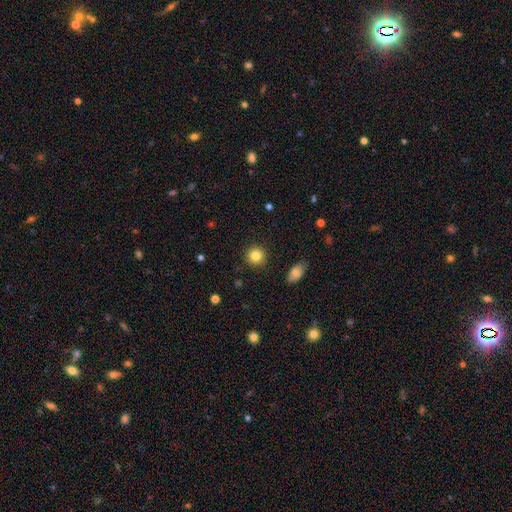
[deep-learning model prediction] The model was most divided on "smooth or featured": smooth: 83%, star or artifact: 10%, featured or disk: 7%. More confident: how rounded — round (92%); merging — none (91%).